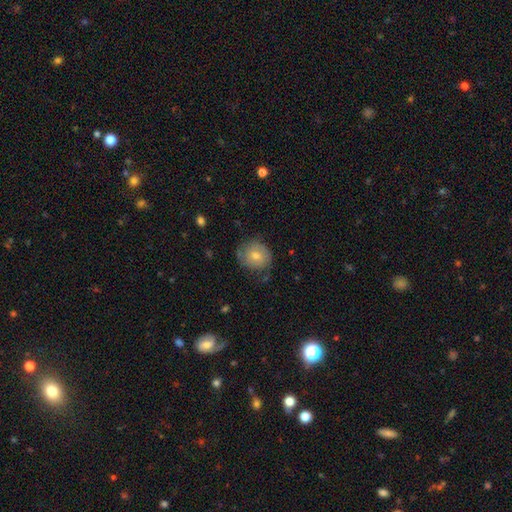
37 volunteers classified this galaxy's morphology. A smooth galaxy with no disk features (65%) that is round (79%). Merging: none (69%).